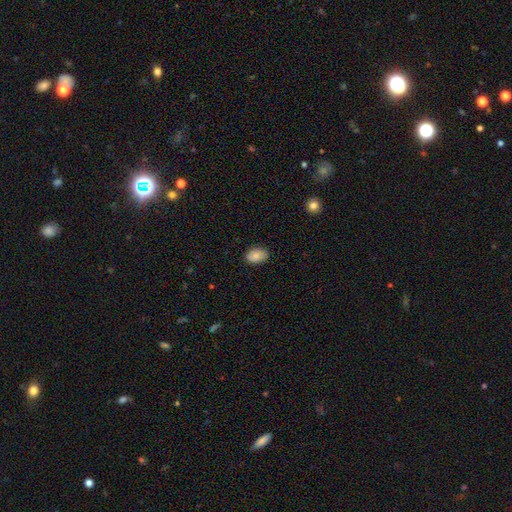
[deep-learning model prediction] A smooth galaxy with no disk features (80%) that is in between round and cigar-shaped (84%).

Vote fractions:
- Smooth or featured? smooth: 80% / featured or disk: 12% / star or artifact: 8%
- How rounded? in between: 84% / round: 15% / cigar-shaped: 1%
- Merging? none: 83% / minor disturbance: 13% / major disturbance: 2% / merger: 1%